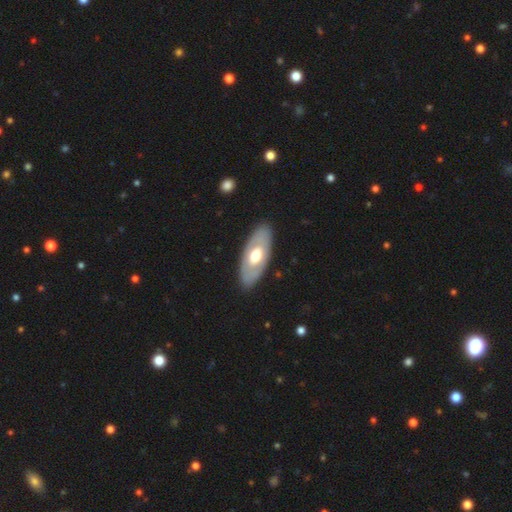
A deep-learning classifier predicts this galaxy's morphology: smooth_or_featured: featured or disk (p=0.51) [alt: smooth p=0.45]
disk_edge_on: no (p=0.82) [alt: yes p=0.18]
merging: none (p=0.86) [alt: minor disturbance p=0.10]